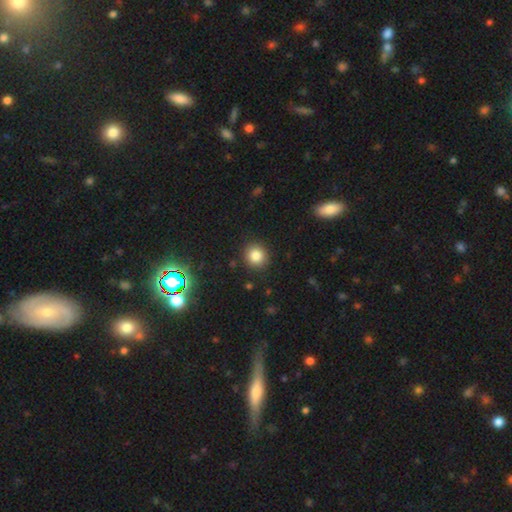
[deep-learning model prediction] Smooth or featured? smooth (83%)
How rounded? round (87%)
Merging? none (89%)